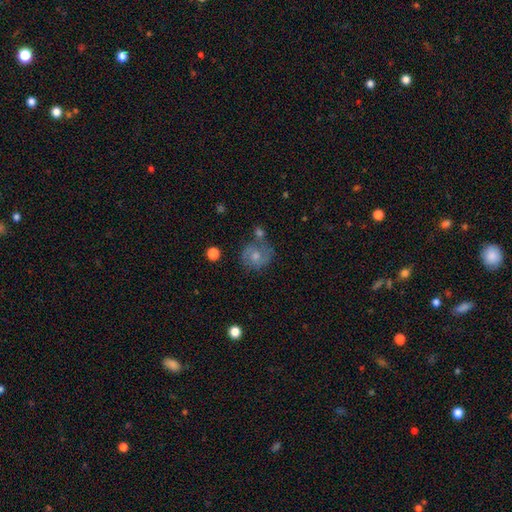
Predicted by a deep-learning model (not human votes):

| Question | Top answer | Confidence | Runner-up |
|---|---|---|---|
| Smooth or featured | featured or disk | 53% | smooth (38%) |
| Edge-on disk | no | 98% | yes (2%) |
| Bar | no | 71% | weak (25%) |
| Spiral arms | yes | 82% | no (18%) |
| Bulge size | moderate | 57% | small (33%) |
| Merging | none | 55% | minor disturbance (20%) |